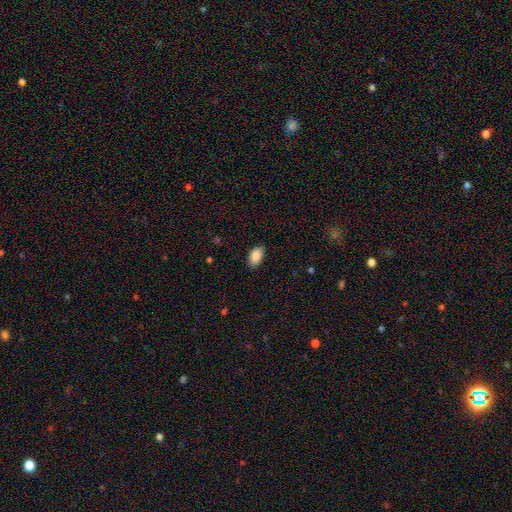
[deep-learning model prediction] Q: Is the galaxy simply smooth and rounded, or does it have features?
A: smooth — 89%.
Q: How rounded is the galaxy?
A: in between — 93%.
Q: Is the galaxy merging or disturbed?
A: none — 84%.